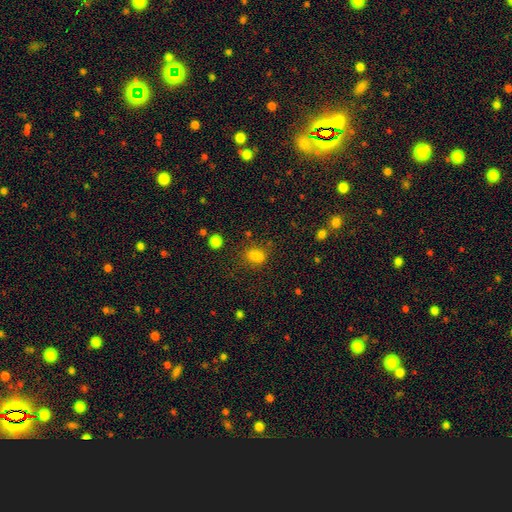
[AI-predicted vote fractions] This appears to be a smooth galaxy with no disk features (73%) that is in between round and cigar-shaped (55%). Merging: none (50%).